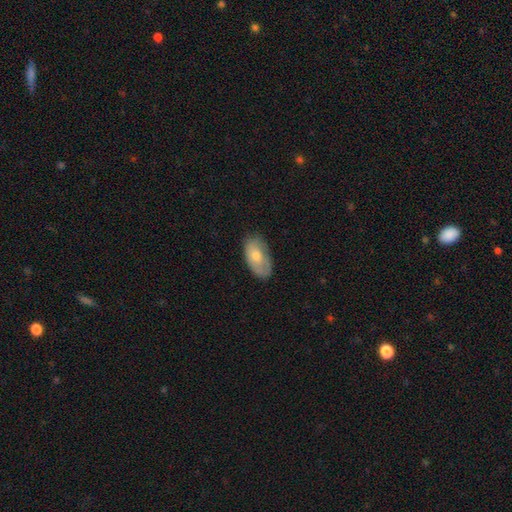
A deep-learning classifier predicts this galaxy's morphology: A smooth galaxy with no disk features (65%) that is in between round and cigar-shaped (93%).

Vote fractions:
- Smooth or featured? smooth: 65% / featured or disk: 29% / star or artifact: 6%
- How rounded? in between: 93% / round: 4% / cigar-shaped: 3%
- Merging? none: 72% / minor disturbance: 22% / major disturbance: 5% / merger: 1%